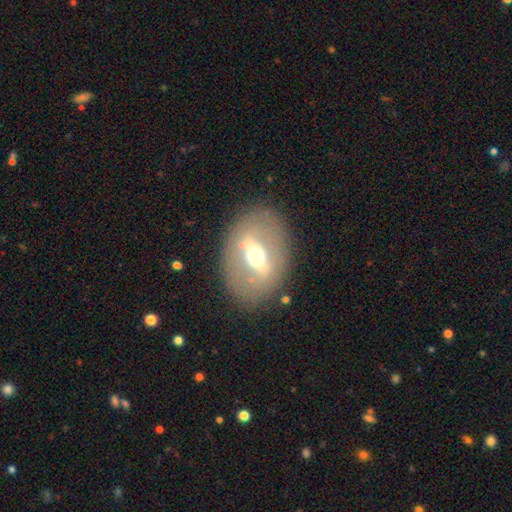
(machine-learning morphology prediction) Smooth or featured? Predicted: featured or disk (p=0.63). Edge-on disk? Predicted: no (p=0.76). Merging? Predicted: none (p=0.83).